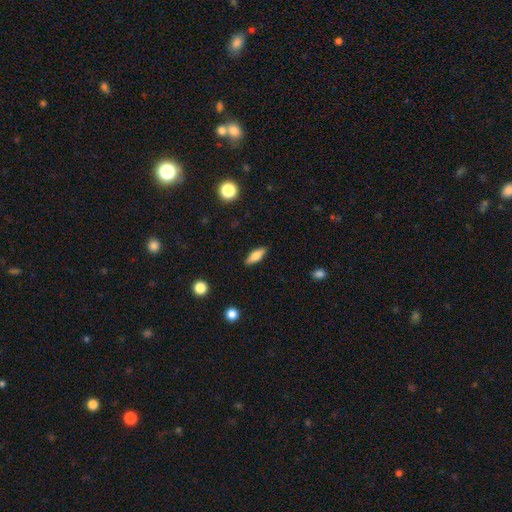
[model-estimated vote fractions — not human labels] smooth 73%, featured or disk 20%, star or artifact 7%. Down the decision tree: how rounded — in between (64%); merging — none (88%).